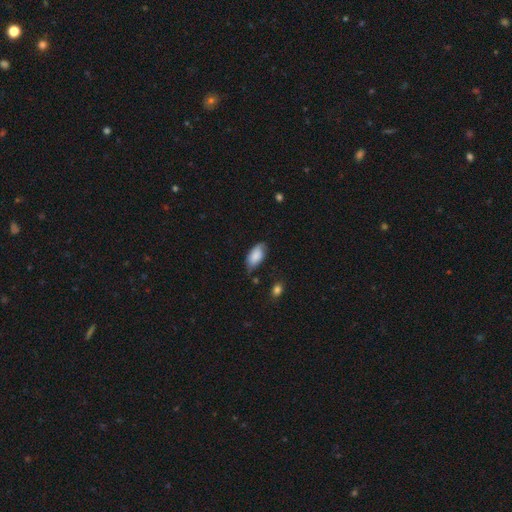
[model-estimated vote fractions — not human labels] Smooth or featured? smooth (80%)
How rounded? in between (93%)
Merging? none (59%)